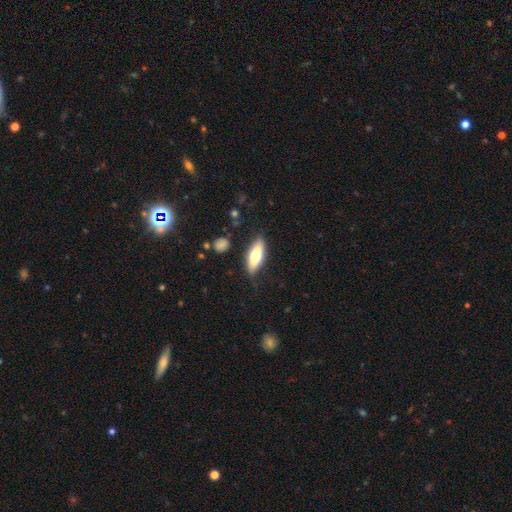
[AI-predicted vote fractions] Q: Smooth or featured?
A: smooth (63%); runner-up: featured or disk (31%)
Q: How rounded?
A: in between (59%); runner-up: cigar-shaped (38%)
Q: Merging?
A: none (81%); runner-up: minor disturbance (14%)